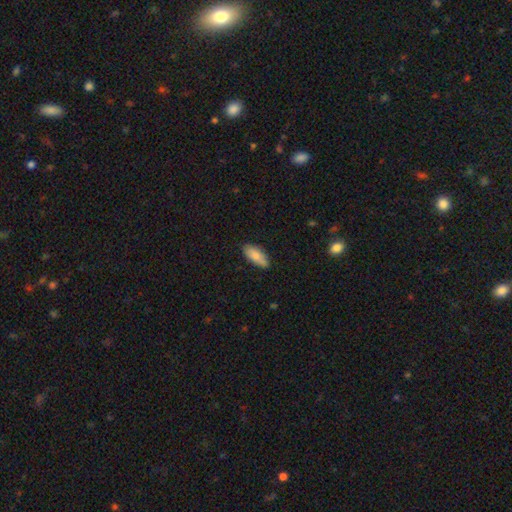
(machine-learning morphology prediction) Smooth or featured?
  - smooth: 81% *
  - featured or disk: 13%
  - star or artifact: 6%
How rounded?
  - in between: 84% *
  - cigar-shaped: 14%
  - round: 2%
Merging?
  - none: 83% *
  - minor disturbance: 14%
  - major disturbance: 2%
  - merger: 1%